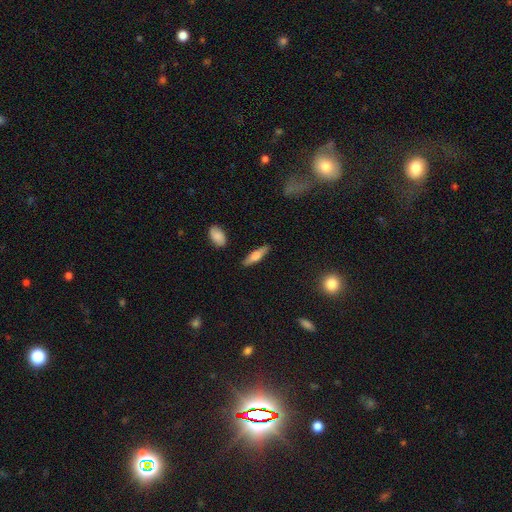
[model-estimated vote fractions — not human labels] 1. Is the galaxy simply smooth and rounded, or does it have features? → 53% smooth, 41% featured or disk, 6% star or artifact.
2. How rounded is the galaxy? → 67% cigar-shaped, 30% in between, 3% round.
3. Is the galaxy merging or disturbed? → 86% none, 10% minor disturbance, 2% major disturbance, 2% merger.